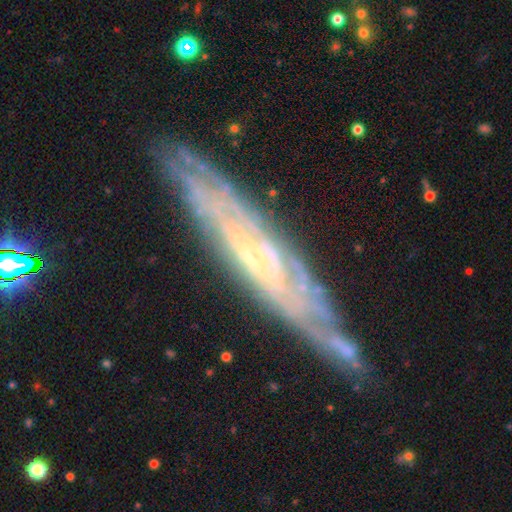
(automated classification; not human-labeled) smooth-or-featured: featured or disk: 80% | smooth: 12% | star or artifact: 8%
  disk-edge-on: no: 55% | yes: 45%
  merging: none: 76% | minor disturbance: 17% | major disturbance: 5% | merger: 2%